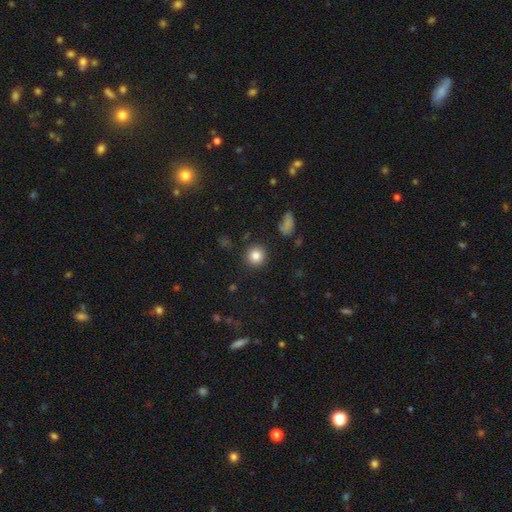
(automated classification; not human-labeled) Overall: smooth (84%). How rounded: round (93%). Merging: none (90%).